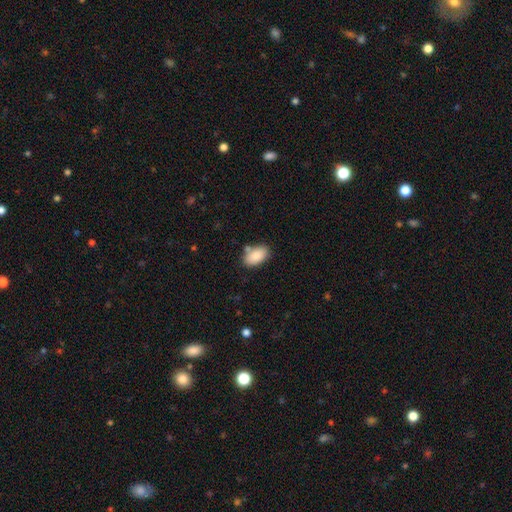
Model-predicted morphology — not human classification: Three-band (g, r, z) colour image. It shows a smooth galaxy with no disk features (87%) that is in between round and cigar-shaped (94%). Merging: none (74%).